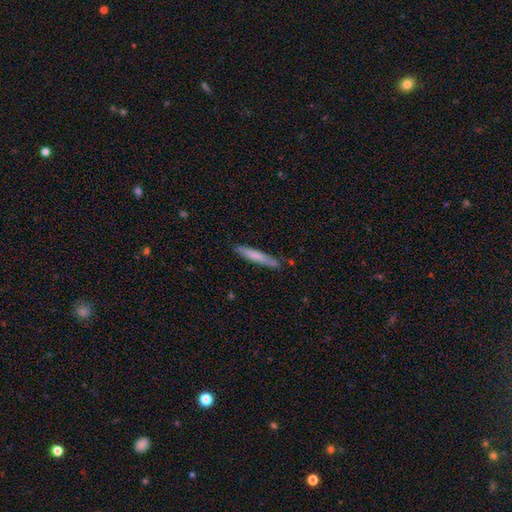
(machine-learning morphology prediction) smooth_or_featured: smooth (p=0.69) [alt: featured or disk p=0.25]
how_rounded: cigar-shaped (p=0.94) [alt: in between p=0.05]
merging: none (p=0.83) [alt: minor disturbance p=0.13]